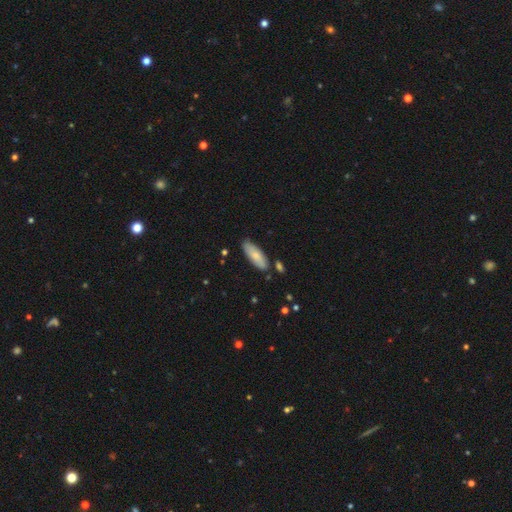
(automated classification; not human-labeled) This is likely a smooth galaxy (78%). How rounded: likely in between (69%). Merging: likely none (79%).